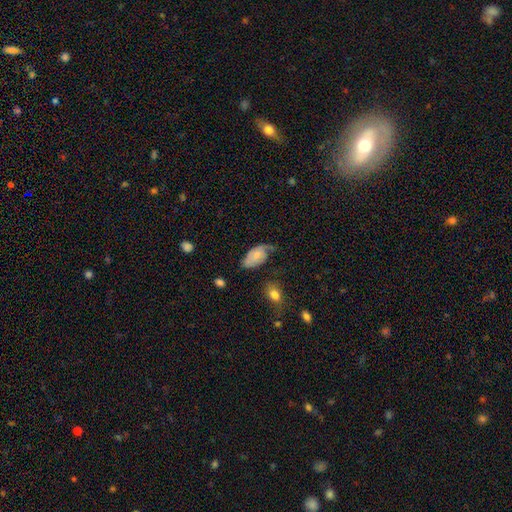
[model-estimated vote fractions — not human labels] A smooth galaxy with no disk features (54%) that is in between round and cigar-shaped (93%). Merging: minor disturbance (36%).